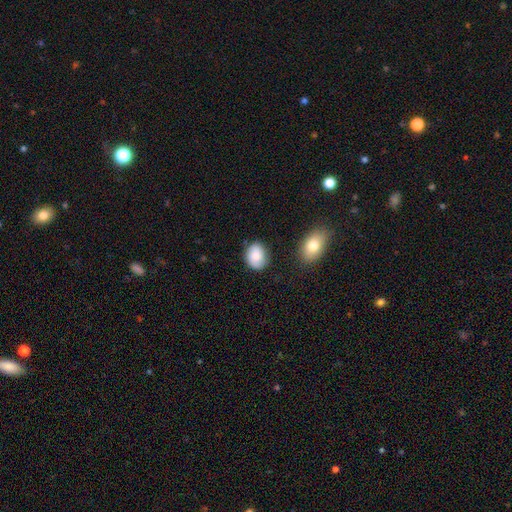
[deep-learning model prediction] A smooth galaxy with no disk features (79%) that is in between round and cigar-shaped (54%). Merging: none (75%).